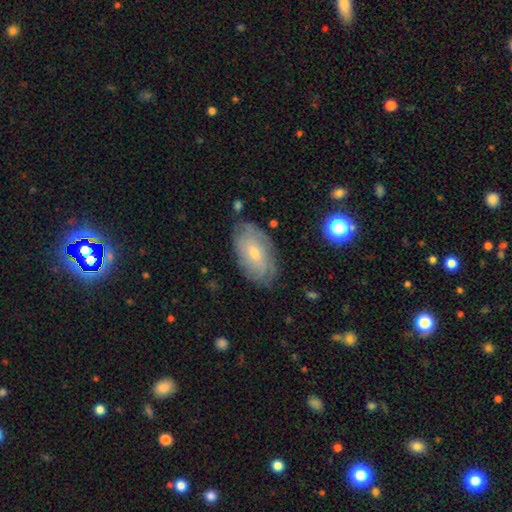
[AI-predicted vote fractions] Smooth or featured: featured or disk — 64% (smooth — 29%)
Edge-on disk: no — 93% (yes — 7%)
Bar: no — 65% (weak — 30%)
Spiral arms: yes — 81% (no — 19%)
Bulge size: small — 60% (moderate — 36%)
Merging: none — 73% (minor disturbance — 19%)